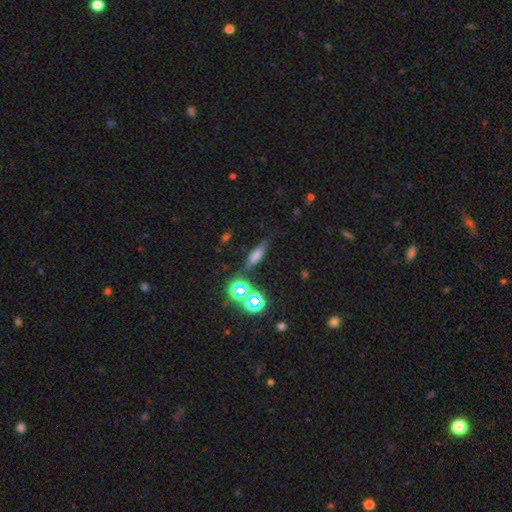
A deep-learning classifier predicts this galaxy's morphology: A smooth galaxy with no disk features (54%) that is cigar-shaped (60%). Merging: none (73%).